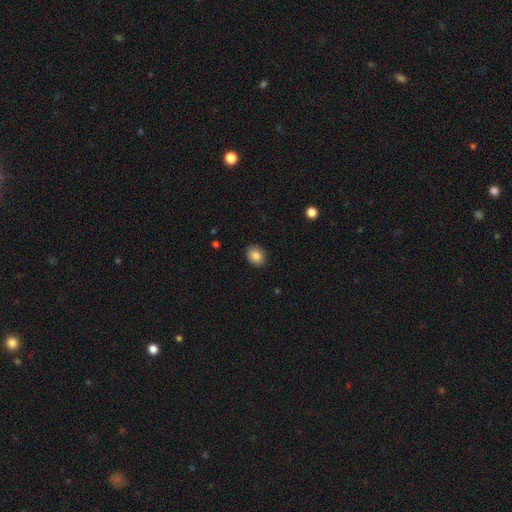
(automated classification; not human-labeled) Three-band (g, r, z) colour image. It shows a smooth galaxy with no disk features (85%) that is in between round and cigar-shaped (54%). Merging: none (89%).